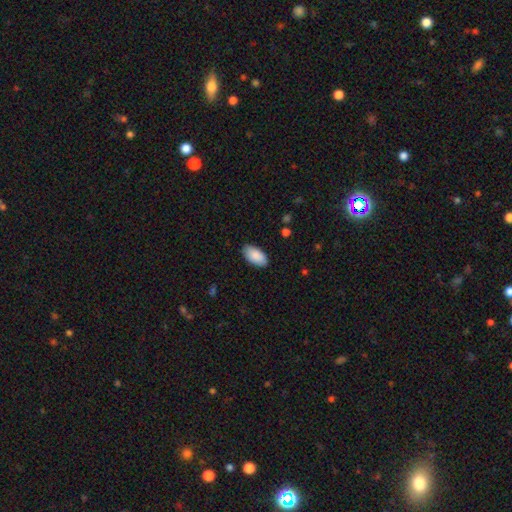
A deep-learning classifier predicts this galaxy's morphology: Overall: smooth (90%). How rounded: in between (96%). Merging: none (87%).